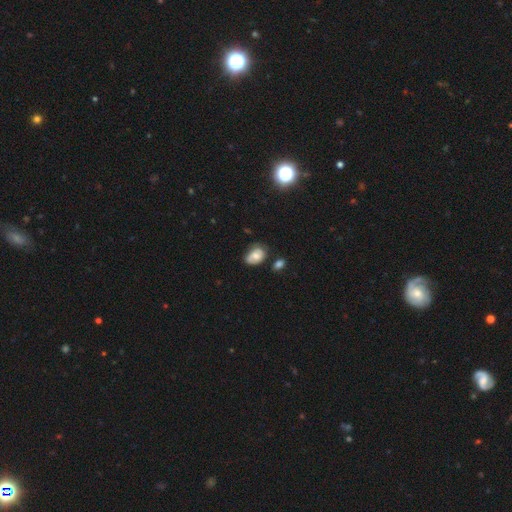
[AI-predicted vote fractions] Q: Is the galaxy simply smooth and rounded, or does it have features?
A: smooth — 56%.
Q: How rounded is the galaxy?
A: in between — 78%.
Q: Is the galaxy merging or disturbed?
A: none — 50%.